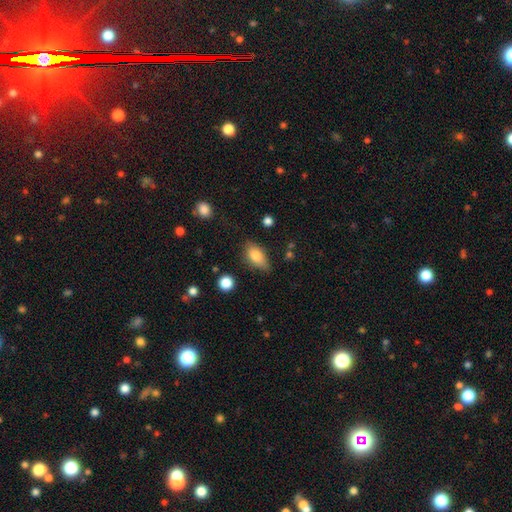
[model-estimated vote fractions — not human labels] smooth 80%, featured or disk 12%, star or artifact 8%. Down the decision tree: how rounded — in between (87%); merging — none (65%).